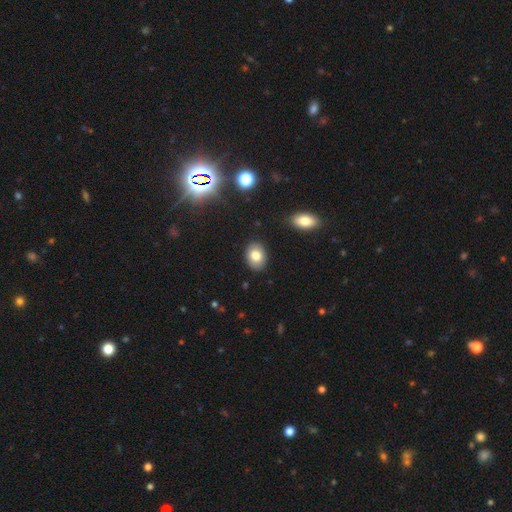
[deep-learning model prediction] Smooth or featured? smooth (79%)
How rounded? in between (73%)
Merging? none (89%)